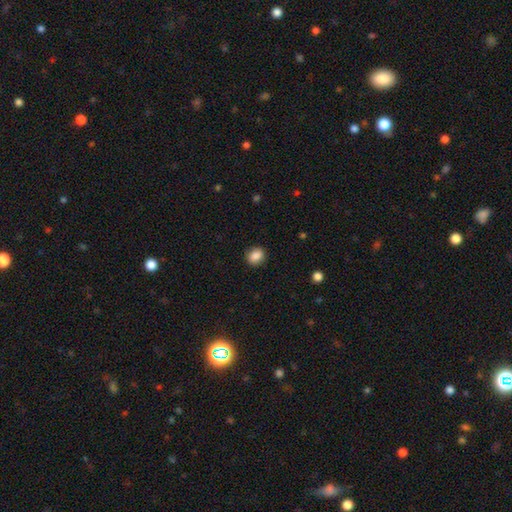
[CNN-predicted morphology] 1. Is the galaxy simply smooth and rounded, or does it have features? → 87% smooth, 9% star or artifact, 4% featured or disk.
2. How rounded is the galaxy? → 67% round, 32% in between, 1% cigar-shaped.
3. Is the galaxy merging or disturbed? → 89% none, 7% minor disturbance, 2% major disturbance, 1% merger.